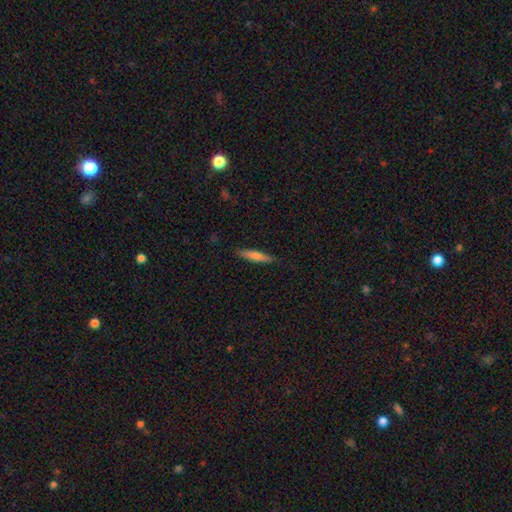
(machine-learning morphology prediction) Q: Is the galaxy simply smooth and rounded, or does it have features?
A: smooth — 65%.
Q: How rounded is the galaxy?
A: cigar-shaped — 86%.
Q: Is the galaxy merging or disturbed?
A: none — 89%.